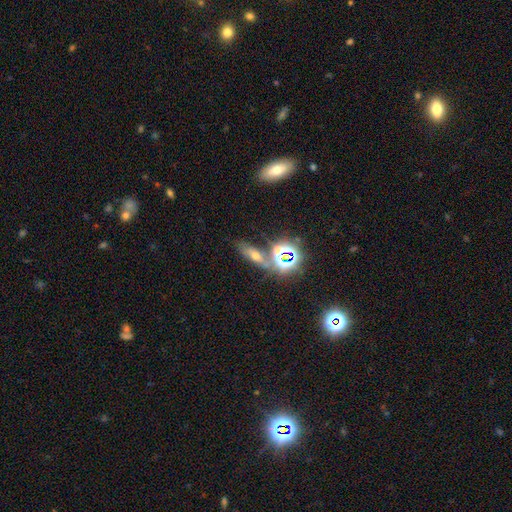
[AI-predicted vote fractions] smooth-or-featured: smooth: 42% | star or artifact: 37% | featured or disk: 21%
  merging: none: 58% | merger: 23% | minor disturbance: 13% | major disturbance: 7%